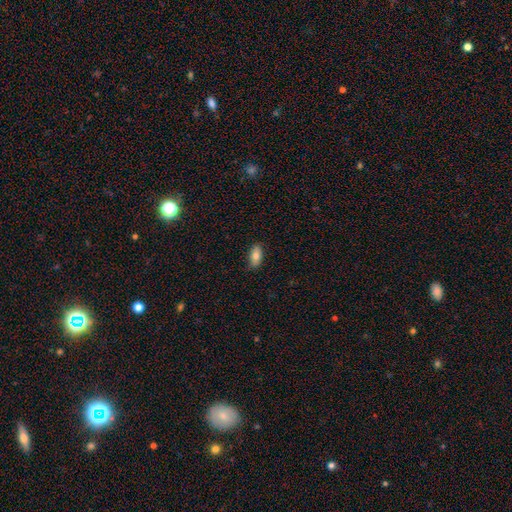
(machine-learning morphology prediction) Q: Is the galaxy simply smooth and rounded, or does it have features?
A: smooth — 81%.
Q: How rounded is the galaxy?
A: in between — 87%.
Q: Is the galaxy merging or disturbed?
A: none — 85%.